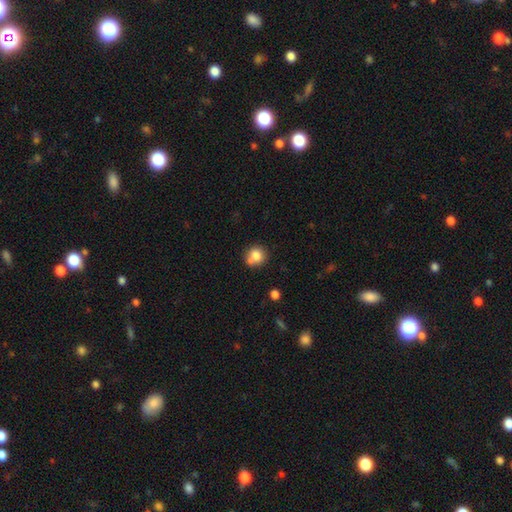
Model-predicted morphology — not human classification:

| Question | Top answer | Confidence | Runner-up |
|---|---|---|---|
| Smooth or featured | smooth | 78% | featured or disk (12%) |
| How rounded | round | 84% | in between (15%) |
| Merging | none | 57% | merger (27%) |